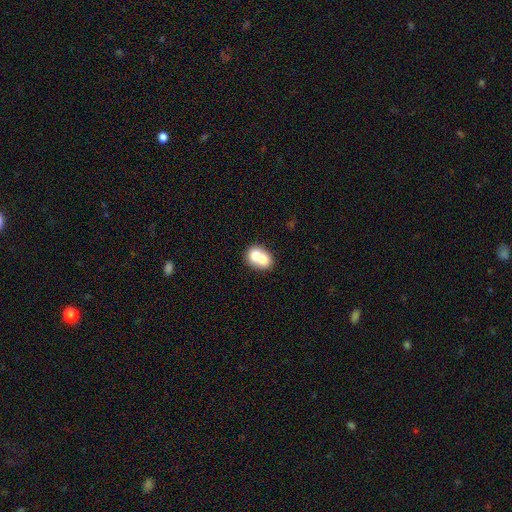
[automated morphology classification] smooth_or_featured: smooth (p=0.68) [alt: featured or disk p=0.23]
how_rounded: round (p=0.58) [alt: in between p=0.41]
merging: merger (p=0.70) [alt: none p=0.22]